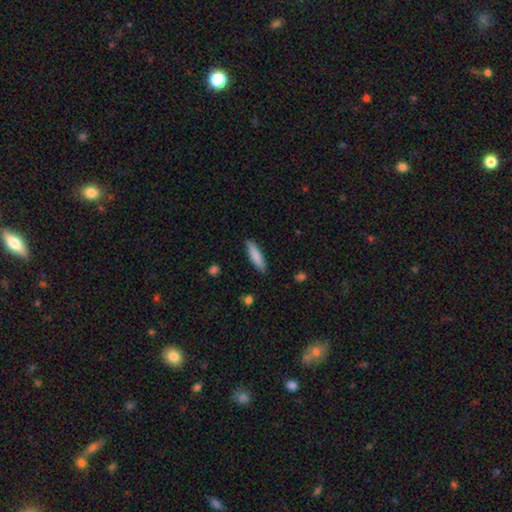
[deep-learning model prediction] Morphology: type=smooth (83%); roundness=cigar-shaped (73%); merging=none (88%).